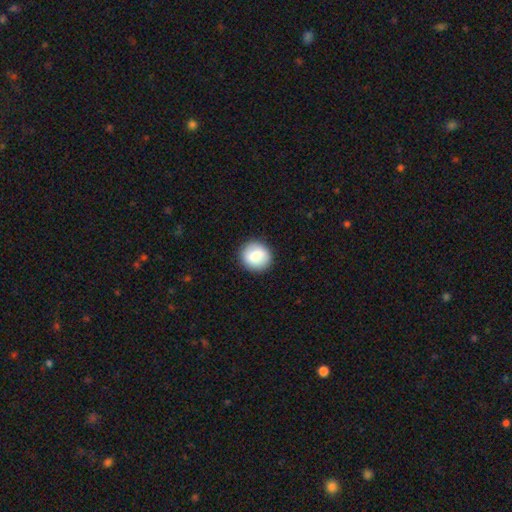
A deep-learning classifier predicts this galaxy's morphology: A smooth galaxy with no disk features (79%) that is round (89%).

Vote fractions:
- Smooth or featured? smooth: 79% / featured or disk: 14% / star or artifact: 7%
- How rounded? round: 89% / in between: 10% / cigar-shaped: 1%
- Merging? none: 90% / minor disturbance: 7% / major disturbance: 2% / merger: 1%